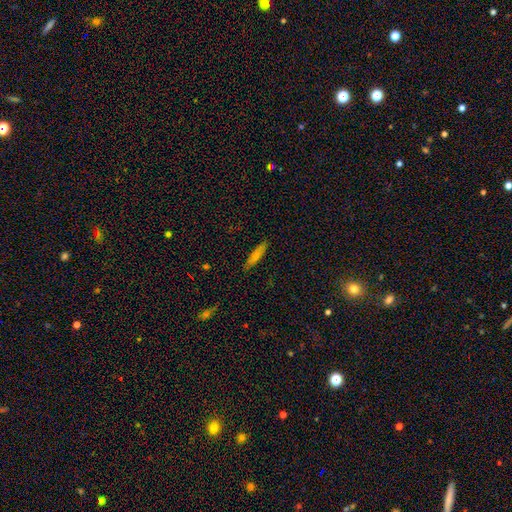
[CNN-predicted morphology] This is possibly a smooth galaxy (57%). How rounded: likely cigar-shaped (79%). Merging: clearly none (88%).